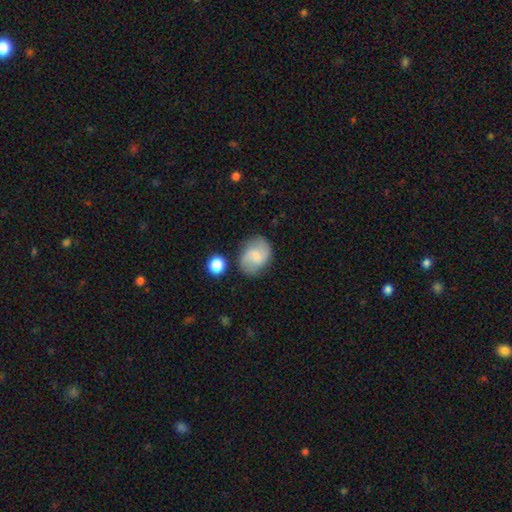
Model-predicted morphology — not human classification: This appears to be a featured or disk galaxy (46%, tied with smooth). Merging: none (71%).